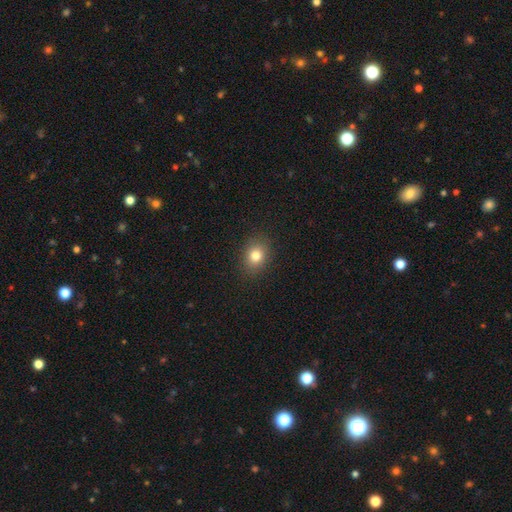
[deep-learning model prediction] A smooth galaxy with no disk features (81%) that is in between round and cigar-shaped (50%).

Vote fractions:
- Smooth or featured? smooth: 81% / star or artifact: 12% / featured or disk: 7%
- How rounded? in between: 50% / round: 49% / cigar-shaped: 1%
- Merging? none: 88% / minor disturbance: 8% / major disturbance: 3% / merger: 1%